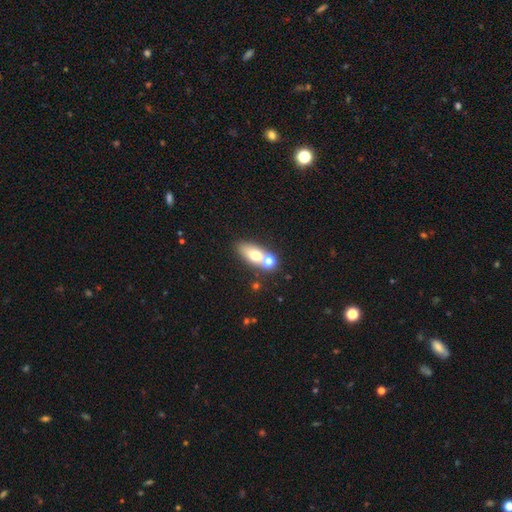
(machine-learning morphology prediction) Smooth or featured? smooth (65%)
How rounded? in between (69%)
Merging? none (43%, tied with merger)